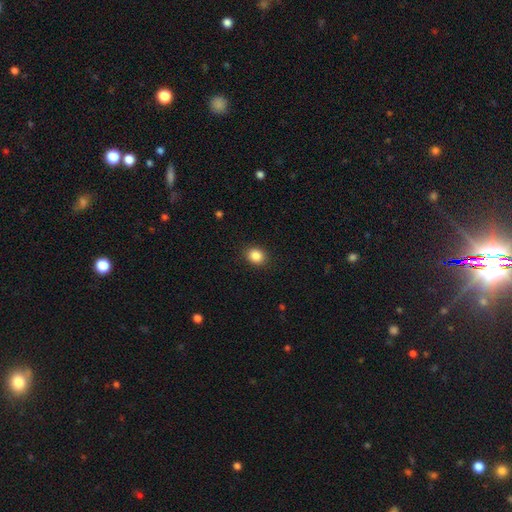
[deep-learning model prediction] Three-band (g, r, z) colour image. It shows a smooth galaxy with no disk features (86%) that is round (64%). Merging: none (90%).